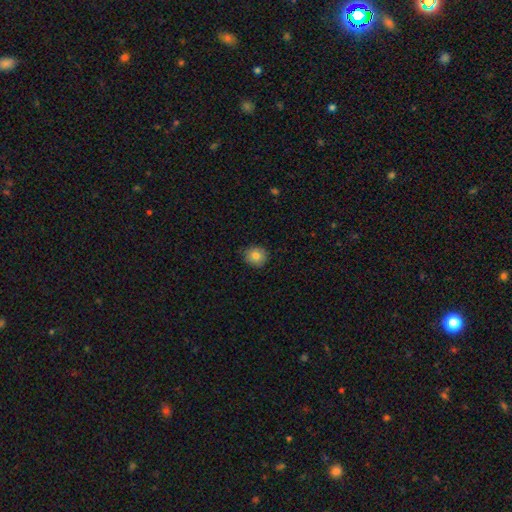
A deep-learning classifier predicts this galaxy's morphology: Overall: smooth (81%). How rounded: round (84%). Merging: none (84%).